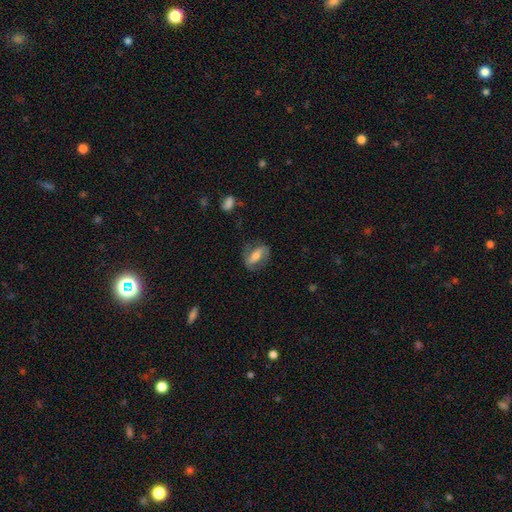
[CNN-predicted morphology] Overall: featured or disk (52%; smooth 41%). Edge-on disk: no (86%). Merging: none (67%).